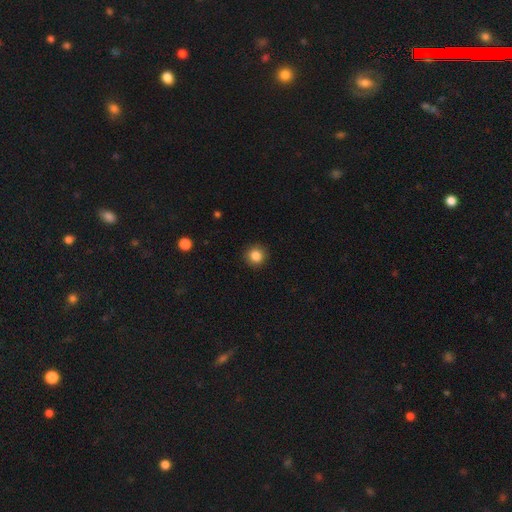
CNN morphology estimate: A smooth galaxy with no disk features (85%) that is round (93%).

Vote fractions:
- Smooth or featured? smooth: 85% / star or artifact: 10% / featured or disk: 4%
- How rounded? round: 93% / in between: 6% / cigar-shaped: 1%
- Merging? none: 91% / minor disturbance: 6% / major disturbance: 2% / merger: 1%